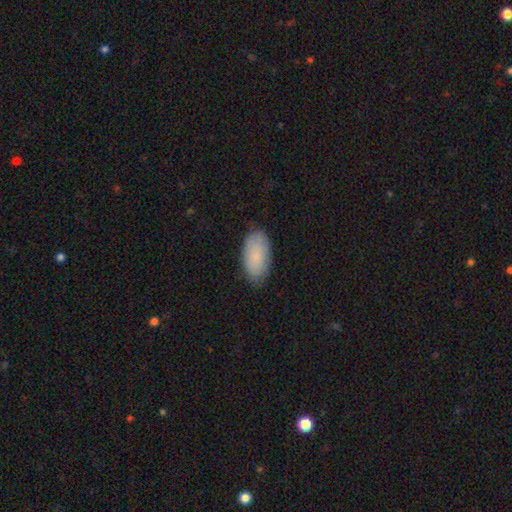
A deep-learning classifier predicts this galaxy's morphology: This is clearly a smooth galaxy (85%). How rounded: clearly in between (95%). Merging: clearly none (80%).